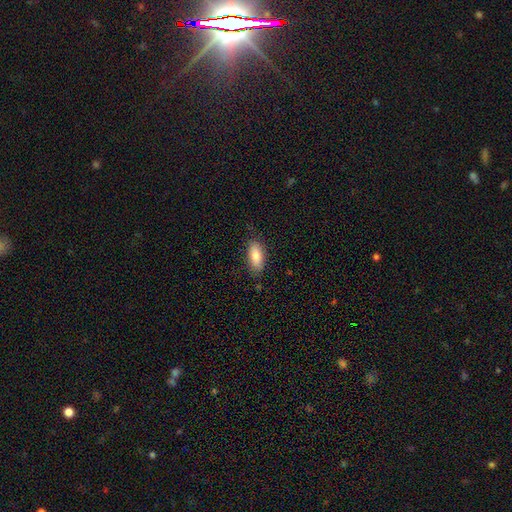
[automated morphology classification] The model was most divided on "merging": none: 82%, minor disturbance: 14%, major disturbance: 3%, merger: 1%. More confident: how rounded — in between (84%); smooth or featured — smooth (83%).